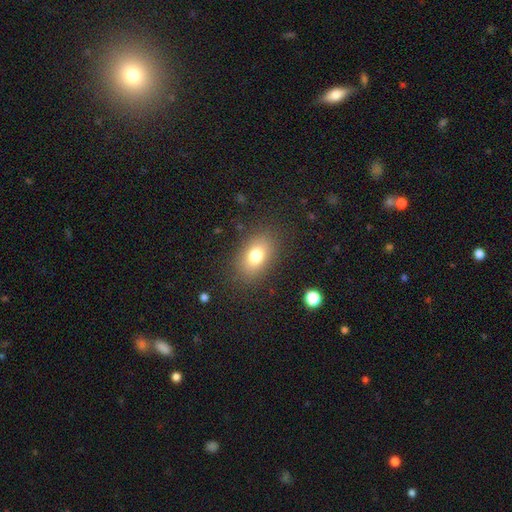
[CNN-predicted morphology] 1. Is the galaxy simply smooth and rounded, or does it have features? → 77% smooth, 12% featured or disk, 11% star or artifact.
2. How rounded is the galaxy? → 83% in between, 15% round, 2% cigar-shaped.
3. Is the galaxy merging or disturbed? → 84% none, 10% minor disturbance, 5% major disturbance, 1% merger.